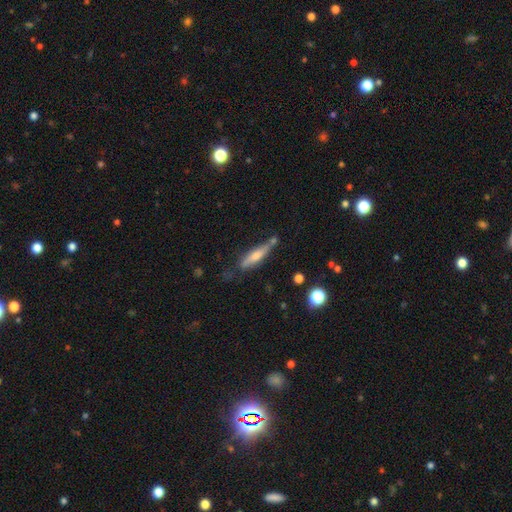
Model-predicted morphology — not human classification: smooth_or_featured: featured or disk (p=0.47) [alt: smooth p=0.46]
merging: none (p=0.62) [alt: minor disturbance p=0.23]